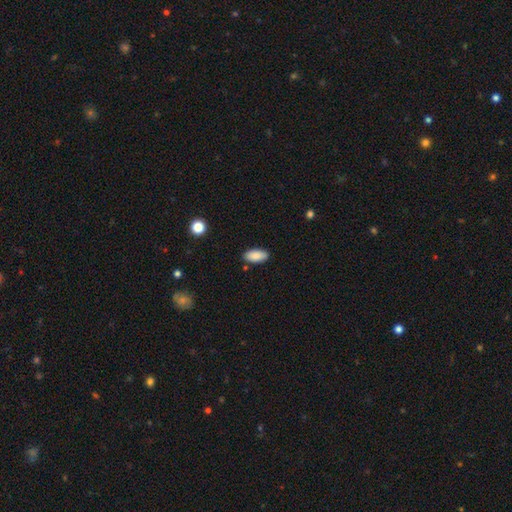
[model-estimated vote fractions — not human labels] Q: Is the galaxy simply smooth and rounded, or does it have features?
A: smooth — 88%.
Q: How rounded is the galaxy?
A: in between — 92%.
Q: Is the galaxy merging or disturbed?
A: none — 86%.